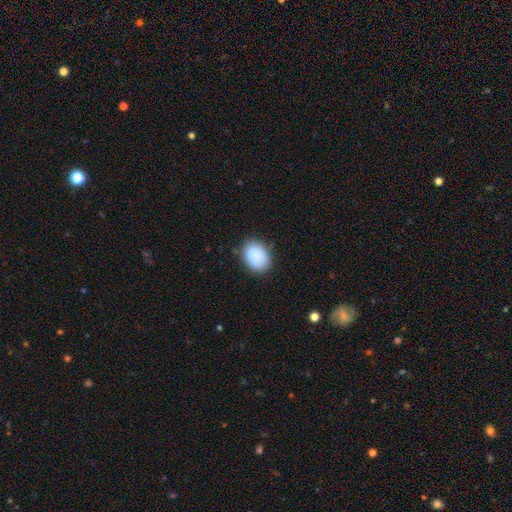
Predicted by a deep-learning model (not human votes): This appears to be a smooth galaxy with no disk features (88%) that is in between round and cigar-shaped (72%). Merging: none (81%).